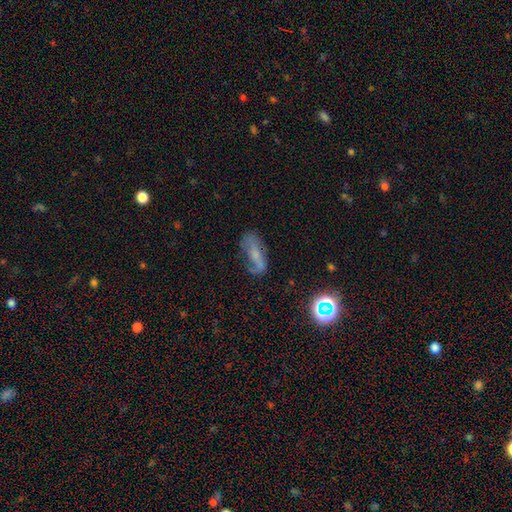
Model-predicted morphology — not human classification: A featured or disk galaxy (44%).

Vote fractions:
- Smooth or featured? featured or disk: 44% / smooth: 41% / star or artifact: 15%
- Merging? none: 48% / minor disturbance: 28% / major disturbance: 20% / merger: 4%